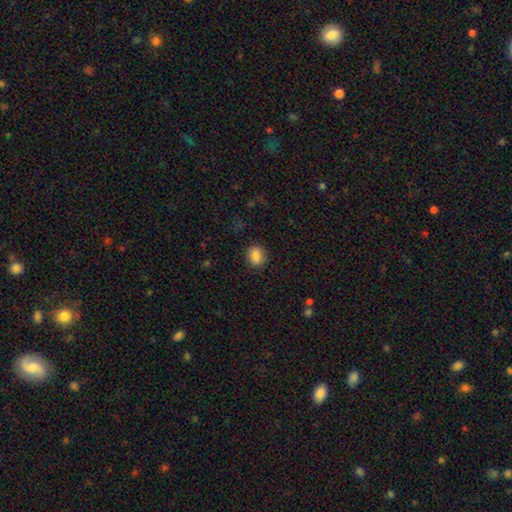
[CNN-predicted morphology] Smooth or featured: smooth — 86% (star or artifact — 9%)
How rounded: round — 59% (in between — 40%)
Merging: none — 87% (minor disturbance — 9%)